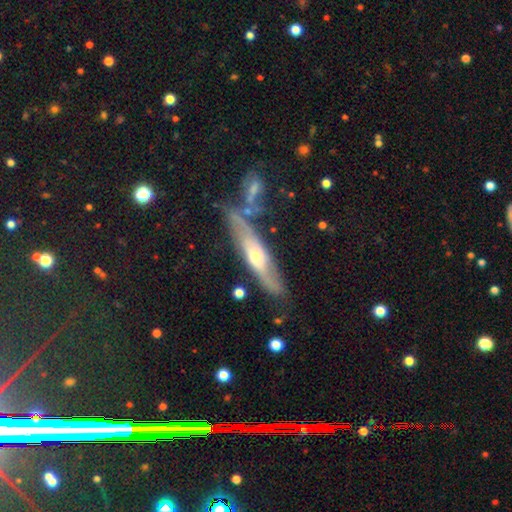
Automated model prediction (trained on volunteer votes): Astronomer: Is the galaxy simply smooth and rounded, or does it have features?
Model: featured or disk — 67%.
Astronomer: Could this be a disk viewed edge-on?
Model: yes — 58% (runner-up: no, 42%).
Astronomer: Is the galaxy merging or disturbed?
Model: none — 68%.